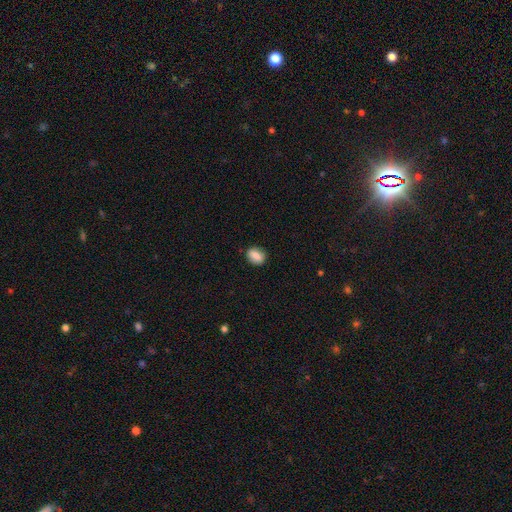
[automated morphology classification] type=smooth (84%); roundness=in between (60%); merging=none (86%).